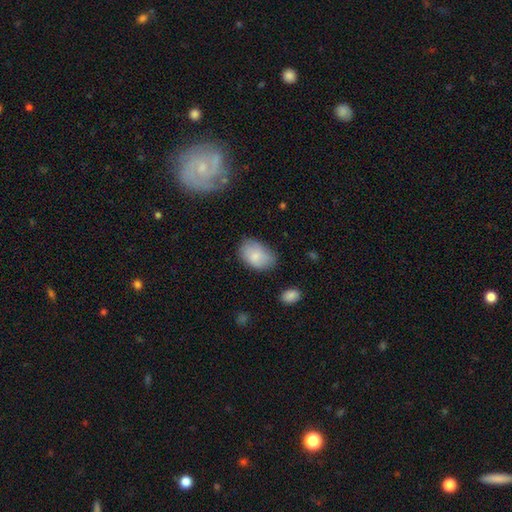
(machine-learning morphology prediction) smooth 81%, featured or disk 12%, star or artifact 7%. Down the decision tree: how rounded — in between (88%); merging — none (70%).